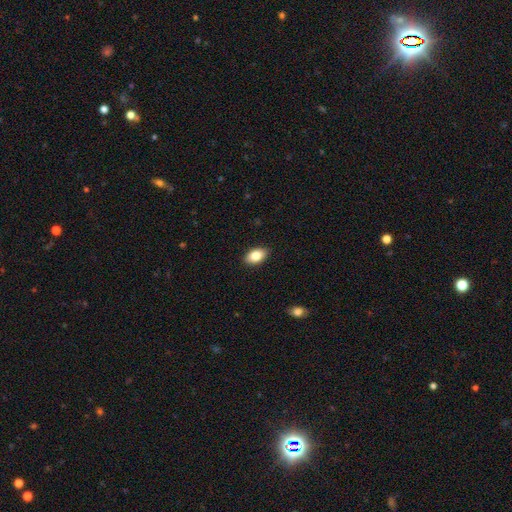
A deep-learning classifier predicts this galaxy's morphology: smooth-or-featured: smooth: 83% | featured or disk: 10% | star or artifact: 7%
  how-rounded: in between: 91% | round: 7% | cigar-shaped: 2%
  merging: none: 89% | minor disturbance: 8% | major disturbance: 2% | merger: 1%